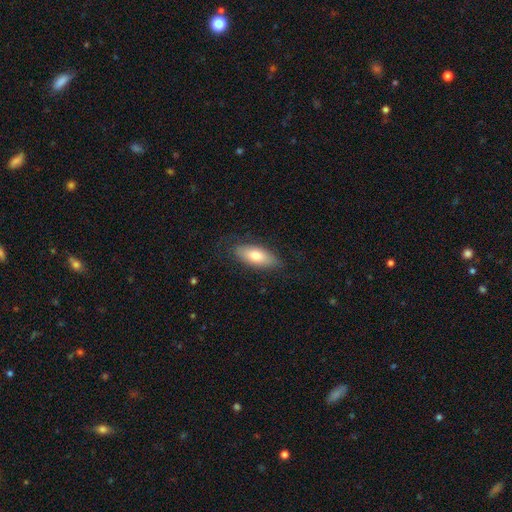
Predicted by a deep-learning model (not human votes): Smooth or featured? smooth (72%)
How rounded? in between (79%)
Merging? none (79%)